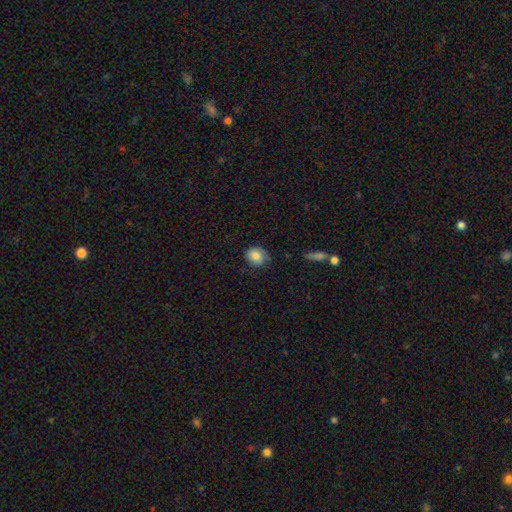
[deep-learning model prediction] Overall: smooth (81%). How rounded: round (69%; in between 30%). Merging: none (75%).